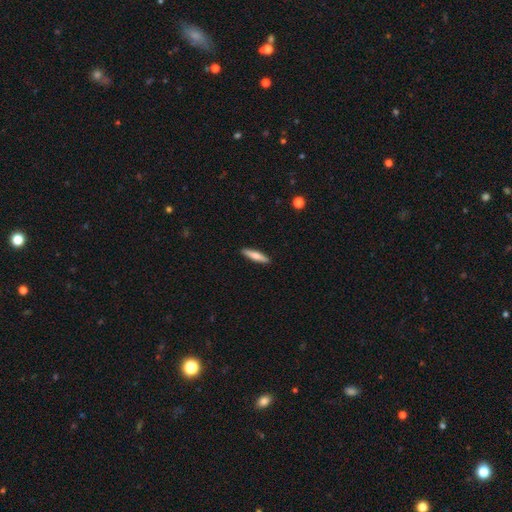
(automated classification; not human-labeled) A smooth galaxy with no disk features (68%) that is cigar-shaped (83%). Merging: none (91%).